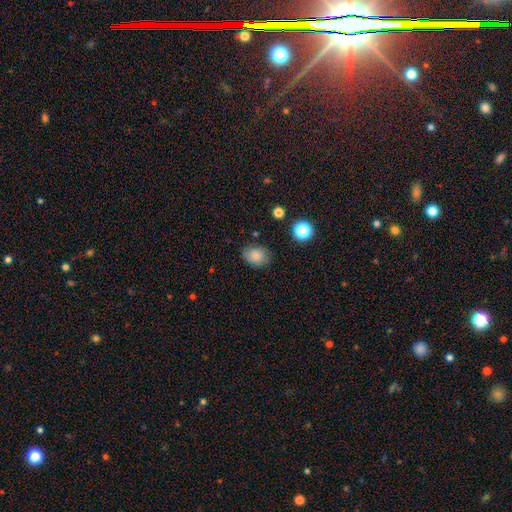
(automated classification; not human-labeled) Q: Smooth or featured?
A: smooth (80%); runner-up: star or artifact (10%)
Q: How rounded?
A: in between (58%); runner-up: round (41%)
Q: Merging?
A: none (73%); runner-up: minor disturbance (20%)